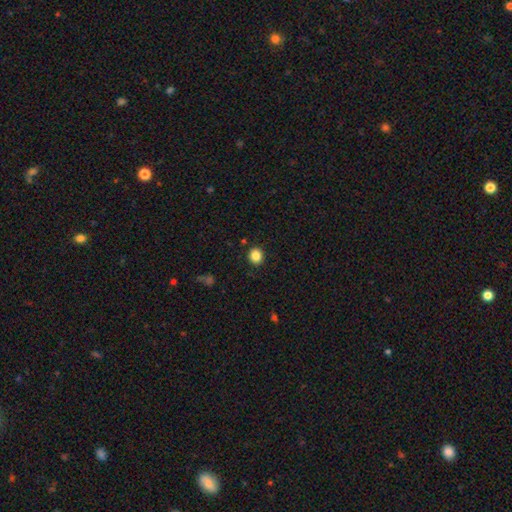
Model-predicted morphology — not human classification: Q: Smooth or featured?
A: smooth (86%); runner-up: star or artifact (10%)
Q: How rounded?
A: round (78%); runner-up: in between (21%)
Q: Merging?
A: none (90%); runner-up: minor disturbance (7%)